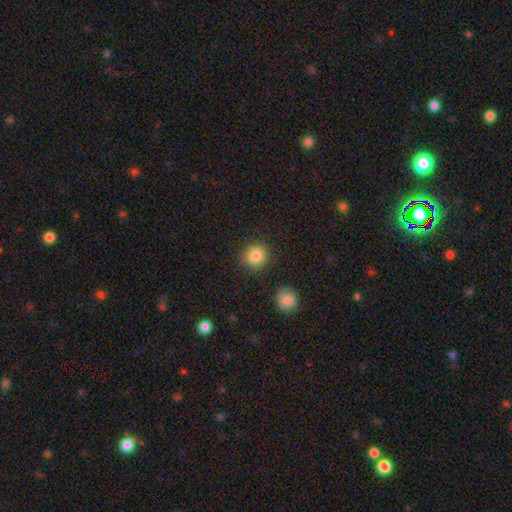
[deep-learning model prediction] A smooth galaxy with no disk features (85%) that is round (92%).

Vote fractions:
- Smooth or featured? smooth: 85% / star or artifact: 10% / featured or disk: 5%
- How rounded? round: 92% / in between: 7% / cigar-shaped: 1%
- Merging? none: 88% / minor disturbance: 7% / merger: 2% / major disturbance: 2%